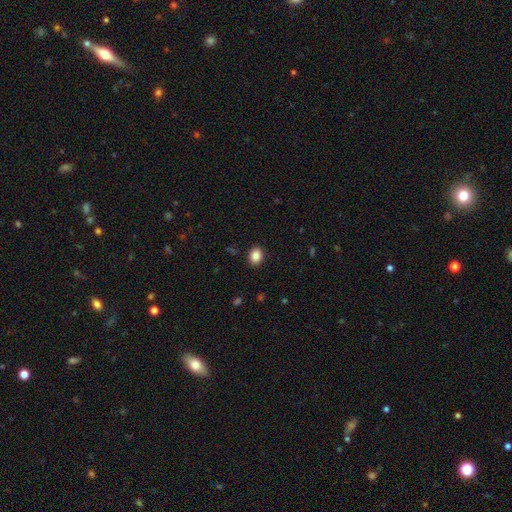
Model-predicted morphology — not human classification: Smooth or featured? Predicted: smooth (p=0.87). How rounded? Predicted: in between (p=0.52). Merging? Predicted: none (p=0.90).